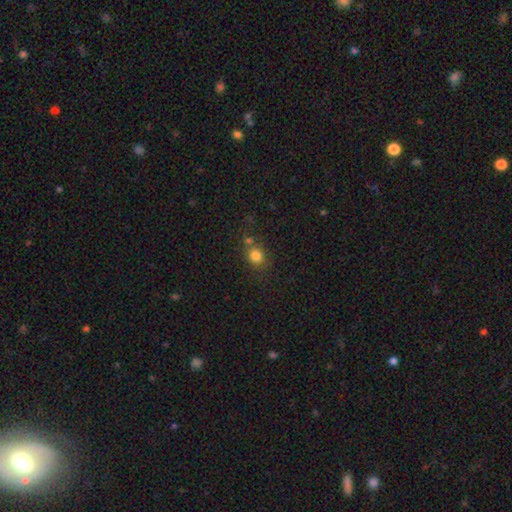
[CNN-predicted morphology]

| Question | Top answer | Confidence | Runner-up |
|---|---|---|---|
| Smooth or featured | smooth | 81% | star or artifact (13%) |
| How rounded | round | 73% | in between (26%) |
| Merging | none | 64% | merger (19%) |